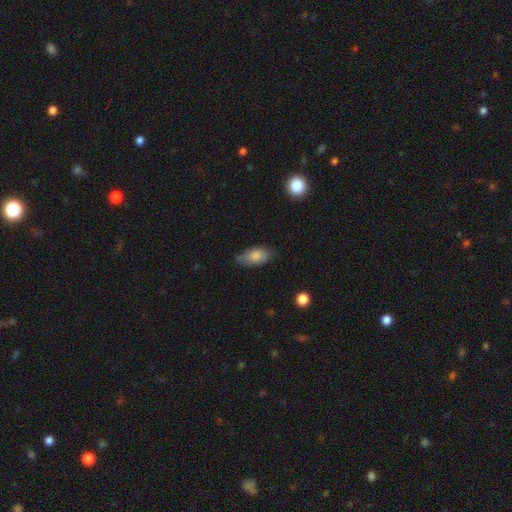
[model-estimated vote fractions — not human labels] A smooth galaxy with no disk features (78%) that is in between round and cigar-shaped (91%). Merging: none (63%).